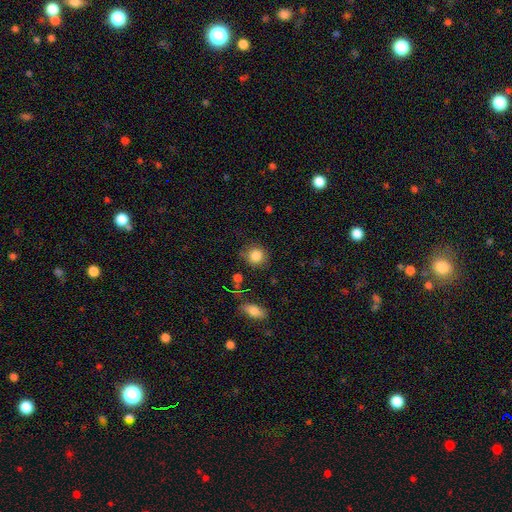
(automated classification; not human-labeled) Smooth or featured? Predicted: smooth (p=0.85). How rounded? Predicted: round (p=0.87). Merging? Predicted: none (p=0.80).